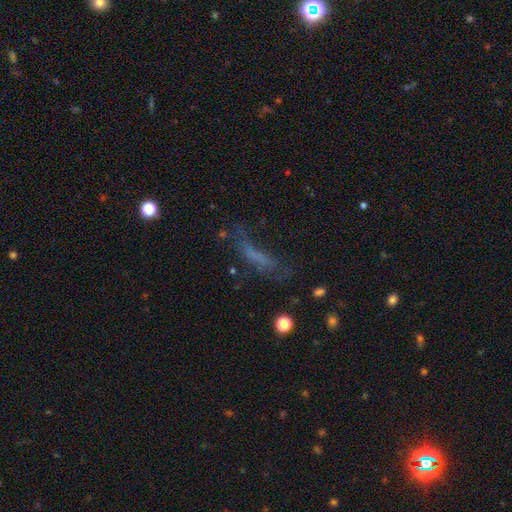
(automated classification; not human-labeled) This appears to be a smooth galaxy with no disk features (48%). Merging: none (38%).